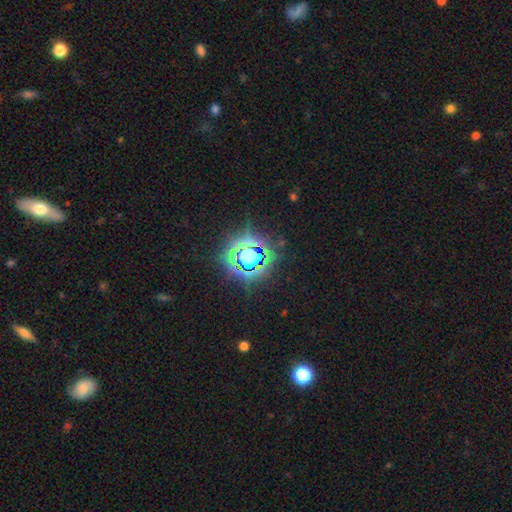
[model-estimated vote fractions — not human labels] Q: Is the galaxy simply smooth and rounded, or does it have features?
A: star or artifact — 76%.